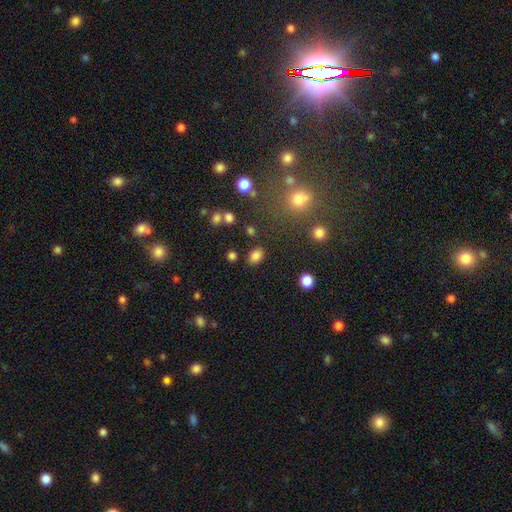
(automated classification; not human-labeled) Smooth or featured?
  - smooth: 82% *
  - star or artifact: 13%
  - featured or disk: 5%
How rounded?
  - in between: 71% *
  - round: 28%
  - cigar-shaped: 1%
Merging?
  - none: 81% *
  - minor disturbance: 11%
  - merger: 4%
  - major disturbance: 4%